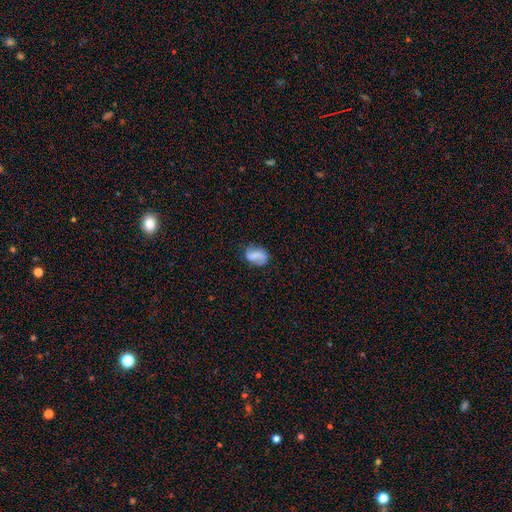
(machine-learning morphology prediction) Smooth or featured? Predicted: smooth (p=0.61). How rounded? Predicted: in between (p=0.78). Merging? Predicted: none (p=0.64).